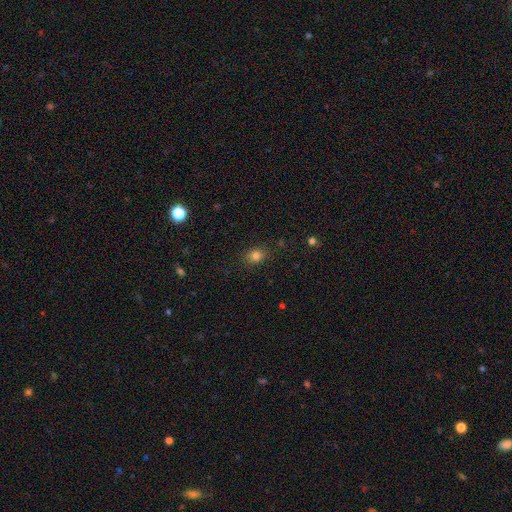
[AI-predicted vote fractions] smooth-or-featured: smooth: 81% | star or artifact: 14% | featured or disk: 6%
  how-rounded: round: 56% | in between: 42% | cigar-shaped: 1%
  merging: none: 84% | minor disturbance: 11% | major disturbance: 3% | merger: 1%